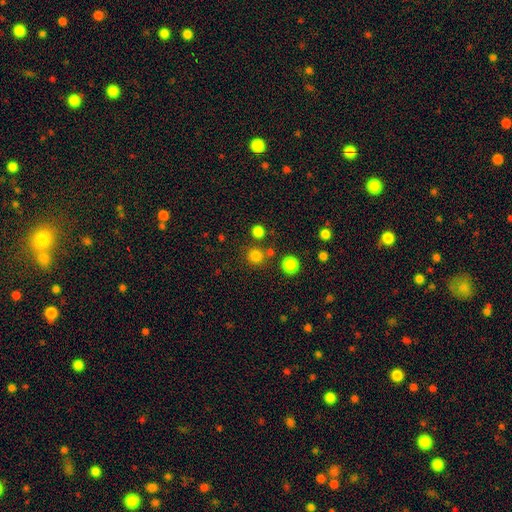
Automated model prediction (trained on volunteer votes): smooth_or_featured: smooth (p=0.80) [alt: star or artifact p=0.15]
how_rounded: round (p=0.92) [alt: in between p=0.07]
merging: none (p=0.78) [alt: merger p=0.12]